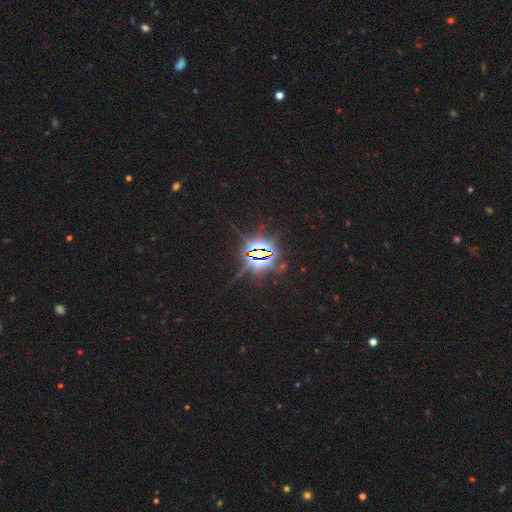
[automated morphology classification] A star or artifact, not a galaxy (85%).

Vote fractions:
- Smooth or featured? star or artifact: 85% / featured or disk: 8% / smooth: 7%